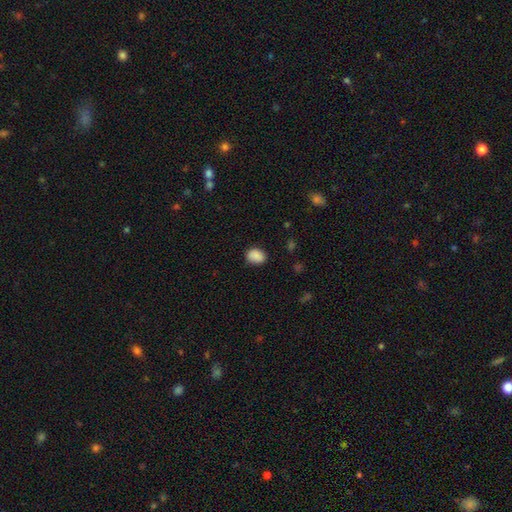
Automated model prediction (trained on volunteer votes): Smooth or featured? smooth (88%)
How rounded? in between (61%)
Merging? none (81%)